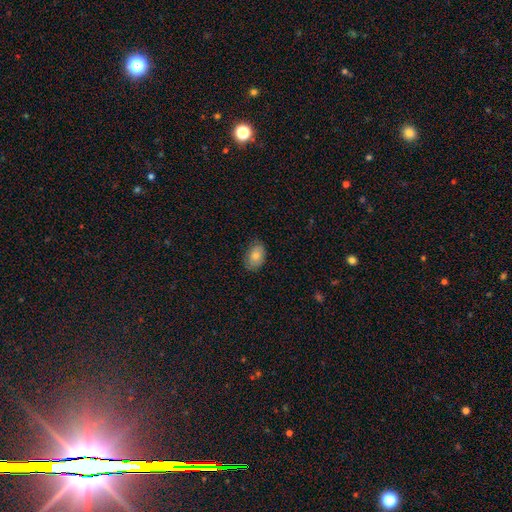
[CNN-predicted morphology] Smooth or featured: smooth — 82% (featured or disk — 10%)
How rounded: in between — 90% (round — 9%)
Merging: none — 79% (minor disturbance — 17%)